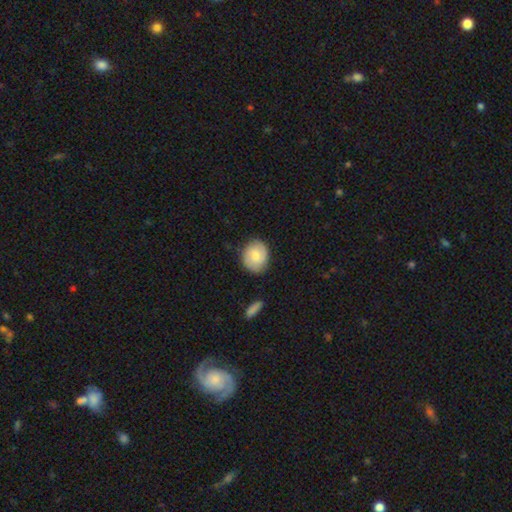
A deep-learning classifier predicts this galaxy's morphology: This appears to be a smooth galaxy with no disk features (64%) that is round (67%). Merging: none (80%).